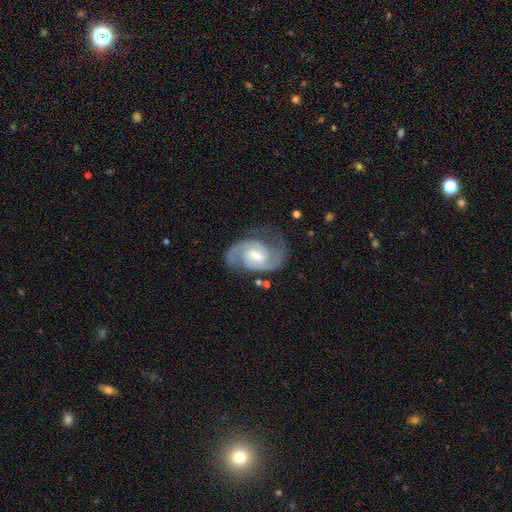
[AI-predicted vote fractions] Smooth or featured: featured or disk — 90% (smooth — 6%)
Edge-on disk: no — 98% (yes — 2%)
Bar: weak — 61% (no — 22%)
Spiral arms: yes — 98% (no — 2%)
Spiral winding: medium — 58% (tight — 27%)
Spiral arm count: 2 — 92% (can't tell — 3%)
Bulge size: moderate — 51% (small — 27%)
Merging: none — 71% (minor disturbance — 18%)